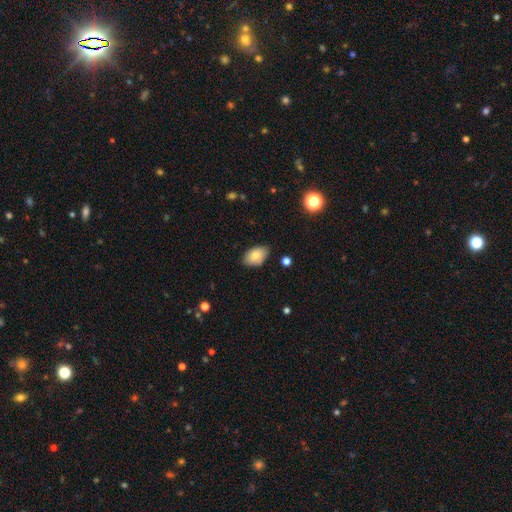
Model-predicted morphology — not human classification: A smooth galaxy with no disk features (82%) that is in between round and cigar-shaped (90%). Merging: none (79%).